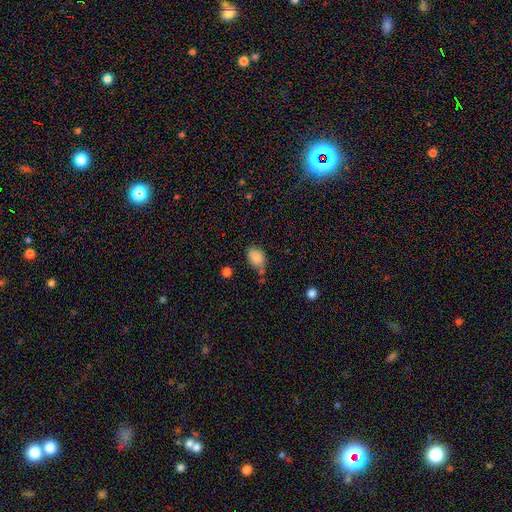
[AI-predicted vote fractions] Q: Smooth or featured?
A: smooth (84%); runner-up: star or artifact (10%)
Q: How rounded?
A: in between (71%); runner-up: round (28%)
Q: Merging?
A: none (50%); runner-up: minor disturbance (31%)